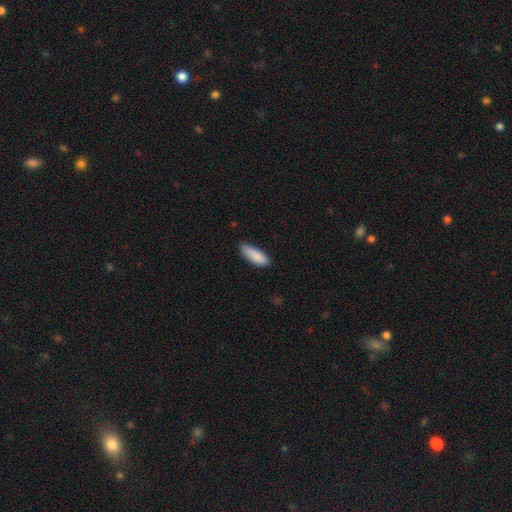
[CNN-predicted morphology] This appears to be a smooth galaxy with no disk features (89%) that is in between round and cigar-shaped (61%). Merging: none (74%).